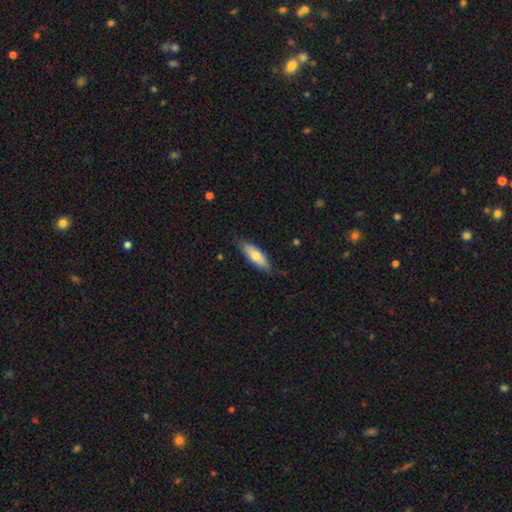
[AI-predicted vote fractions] smooth 68%, featured or disk 26%, star or artifact 6%. Down the decision tree: how rounded — in between (58%); merging — none (81%).